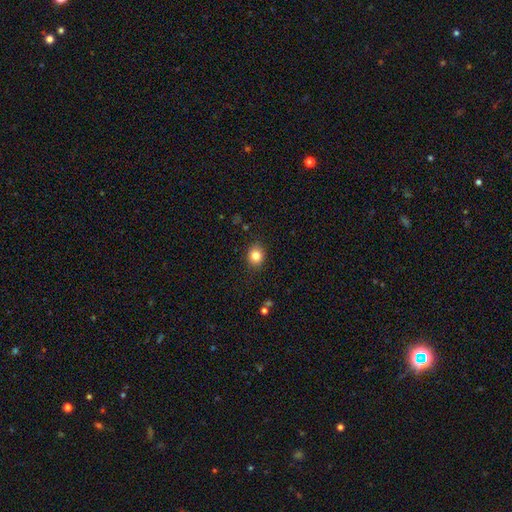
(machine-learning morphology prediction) Smooth or featured? smooth (82%)
How rounded? round (71%)
Merging? none (89%)